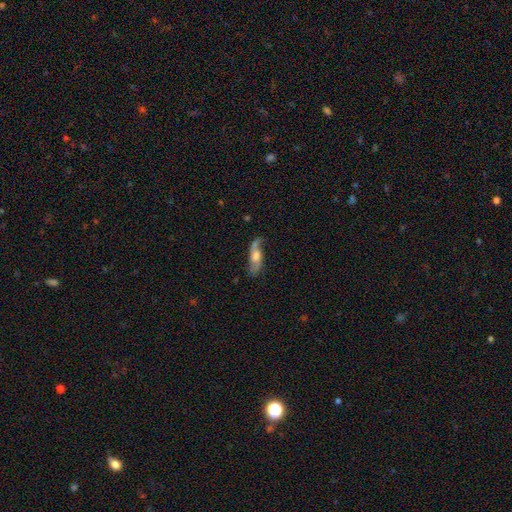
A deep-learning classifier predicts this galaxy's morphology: Q: Smooth or featured?
A: featured or disk (69%); runner-up: smooth (24%)
Q: Edge-on disk?
A: no (80%); runner-up: yes (20%)
Q: Bar?
A: no (61%); runner-up: weak (32%)
Q: Spiral arms?
A: yes (90%); runner-up: no (10%)
Q: Bulge size?
A: moderate (48%); runner-up: large (29%)
Q: Merging?
A: none (68%); runner-up: minor disturbance (20%)